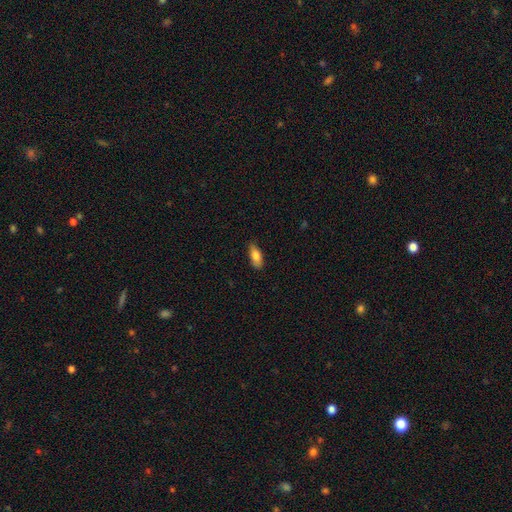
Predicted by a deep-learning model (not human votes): Smooth or featured? Predicted: smooth (p=0.80). How rounded? Predicted: in between (p=0.79). Merging? Predicted: none (p=0.80).